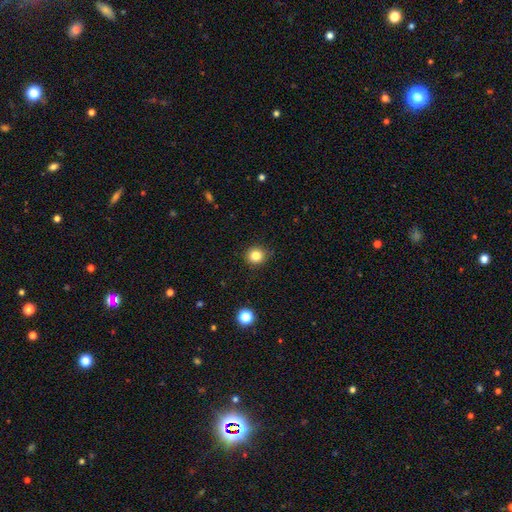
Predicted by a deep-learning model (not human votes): Smooth or featured: smooth — 83% (star or artifact — 12%)
How rounded: round — 89% (in between — 10%)
Merging: none — 88% (minor disturbance — 9%)